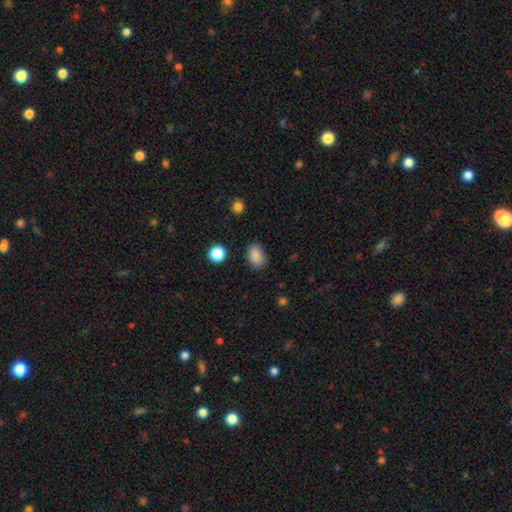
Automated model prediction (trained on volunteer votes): Smooth or featured? smooth (86%)
How rounded? in between (78%)
Merging? none (80%)